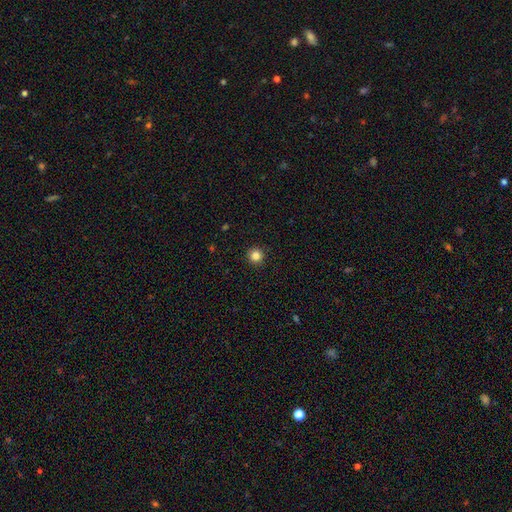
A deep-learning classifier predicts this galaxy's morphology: This appears to be a smooth galaxy with no disk features (84%) that is round (96%). Merging: none (93%).